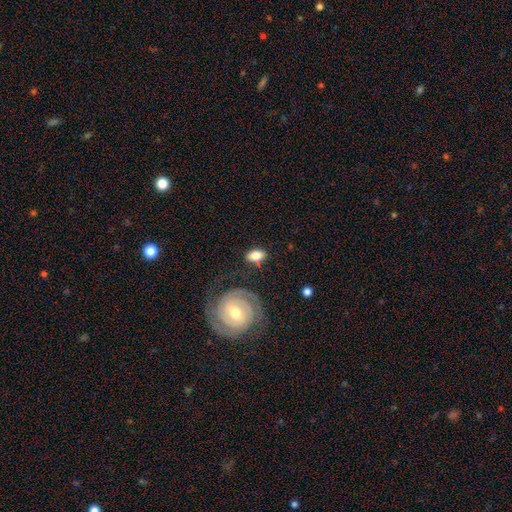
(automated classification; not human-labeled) Smooth or featured: smooth — 70% (featured or disk — 23%)
How rounded: in between — 84% (round — 13%)
Merging: none — 70% (minor disturbance — 17%)